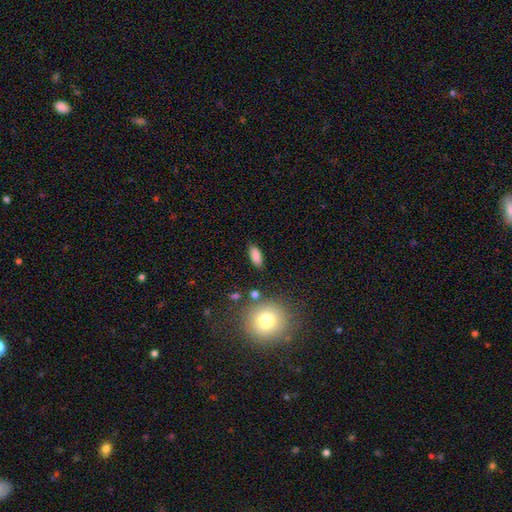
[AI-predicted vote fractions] This is clearly a smooth galaxy (85%). How rounded: clearly in between (81%). Merging: clearly none (82%).